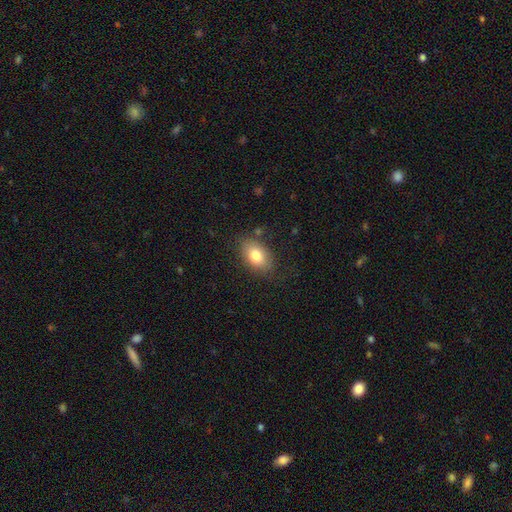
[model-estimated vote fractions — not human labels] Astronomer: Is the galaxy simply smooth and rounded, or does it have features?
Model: smooth — 79%.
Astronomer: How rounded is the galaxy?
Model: in between — 87%.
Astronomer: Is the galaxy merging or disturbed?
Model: none — 78%.